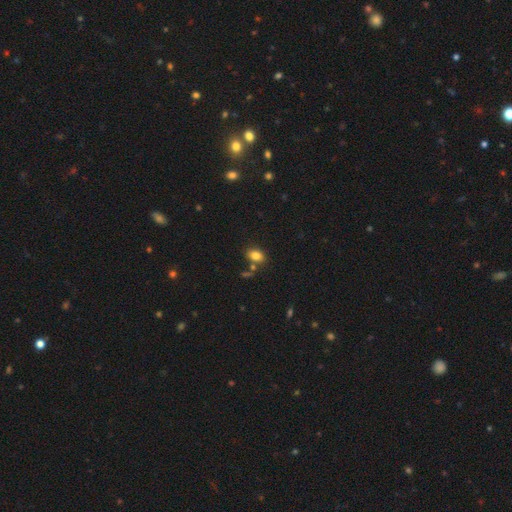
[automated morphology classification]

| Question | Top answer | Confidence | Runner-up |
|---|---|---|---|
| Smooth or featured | smooth | 82% | star or artifact (10%) |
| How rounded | in between | 80% | round (19%) |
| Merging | none | 71% | minor disturbance (14%) |